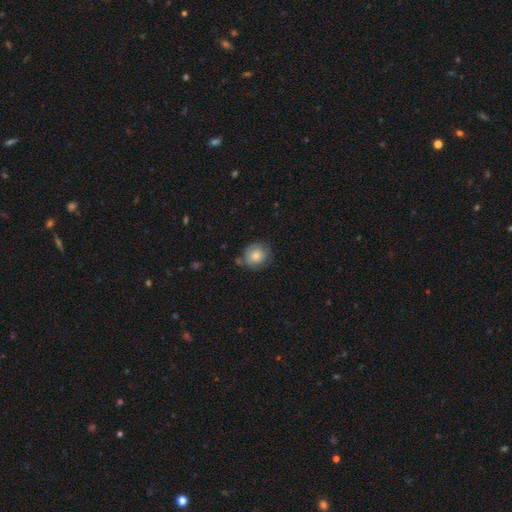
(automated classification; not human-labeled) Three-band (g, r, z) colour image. It shows a smooth galaxy with no disk features (77%) that is round (86%). Merging: none (69%).